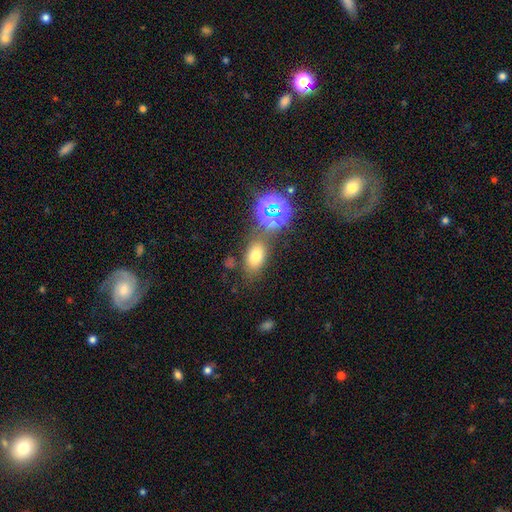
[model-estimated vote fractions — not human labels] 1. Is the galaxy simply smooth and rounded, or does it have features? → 67% smooth, 22% star or artifact, 11% featured or disk.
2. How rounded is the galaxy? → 81% in between, 15% round, 3% cigar-shaped.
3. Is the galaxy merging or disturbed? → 72% none, 13% minor disturbance, 10% merger, 5% major disturbance.